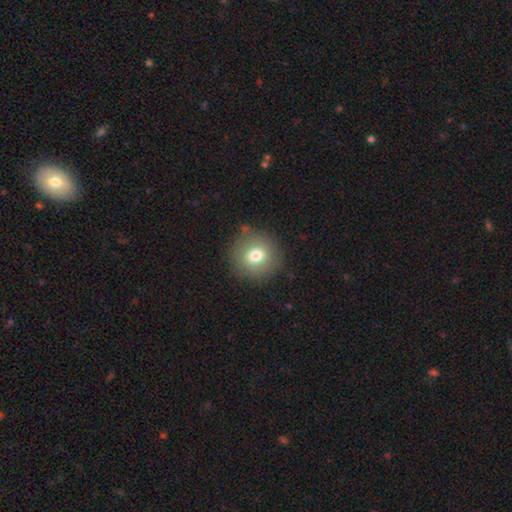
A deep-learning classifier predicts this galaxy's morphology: type=smooth (75%); roundness=round (91%); merging=none (84%).